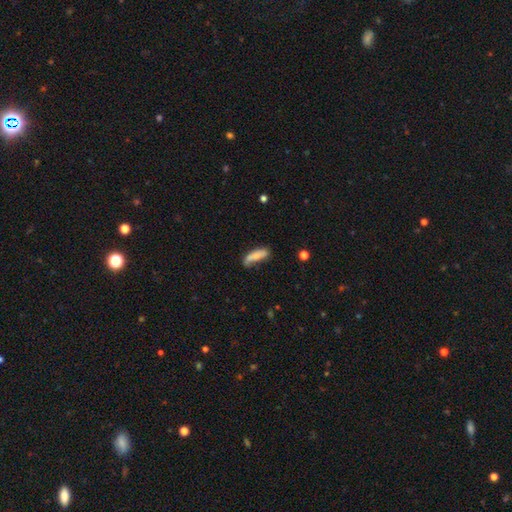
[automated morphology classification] Smooth or featured: smooth — 73% (featured or disk — 20%)
How rounded: cigar-shaped — 51% (in between — 47%)
Merging: none — 52% (minor disturbance — 30%)